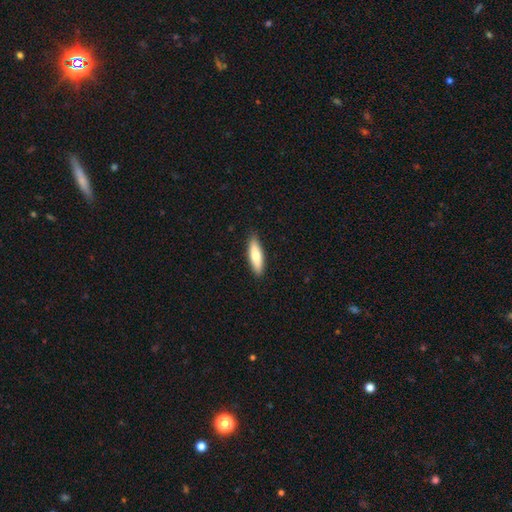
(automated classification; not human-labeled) Smooth or featured? smooth (73%)
How rounded? cigar-shaped (59%)
Merging? none (88%)